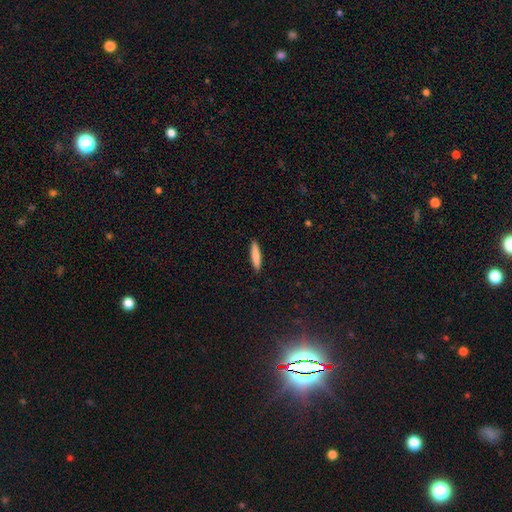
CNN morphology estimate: A smooth galaxy with no disk features (83%) that is cigar-shaped (85%). Merging: none (91%).